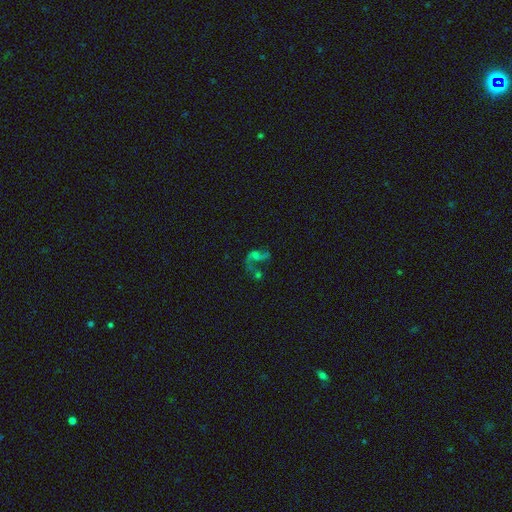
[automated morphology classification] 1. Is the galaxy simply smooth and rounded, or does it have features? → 64% featured or disk, 19% star or artifact, 17% smooth.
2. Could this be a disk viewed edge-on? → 97% no, 3% yes.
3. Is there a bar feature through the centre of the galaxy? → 62% no, 29% weak, 10% strong.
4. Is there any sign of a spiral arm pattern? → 79% yes, 21% no.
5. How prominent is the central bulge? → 40% none, 33% small, 20% moderate, 5% large, 2% dominant.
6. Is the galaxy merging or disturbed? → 32% major disturbance, 31% none, 23% merger, 13% minor disturbance.